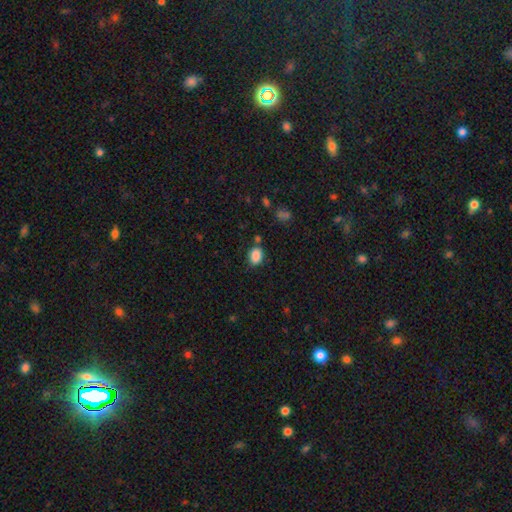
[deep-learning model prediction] smooth_or_featured: smooth (p=0.87) [alt: star or artifact p=0.09]
how_rounded: in between (p=0.72) [alt: round p=0.27]
merging: none (p=0.76) [alt: minor disturbance p=0.14]